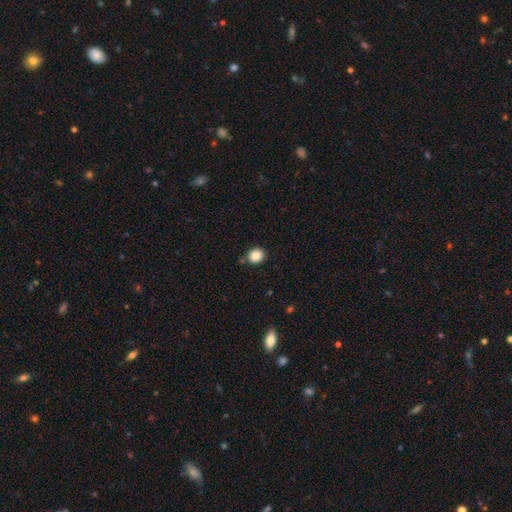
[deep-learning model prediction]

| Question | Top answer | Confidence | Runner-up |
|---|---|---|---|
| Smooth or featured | smooth | 87% | star or artifact (10%) |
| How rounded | round | 79% | in between (20%) |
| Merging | none | 84% | minor disturbance (9%) |